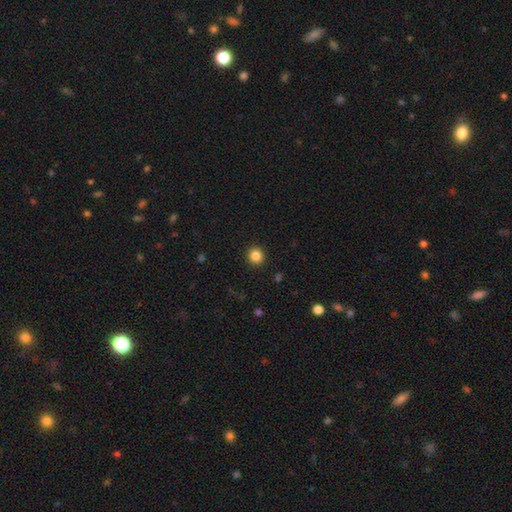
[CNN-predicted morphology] smooth-or-featured: smooth: 85% | star or artifact: 11% | featured or disk: 4%
  how-rounded: round: 91% | in between: 8% | cigar-shaped: 1%
  merging: none: 92% | minor disturbance: 5% | major disturbance: 2% | merger: 1%